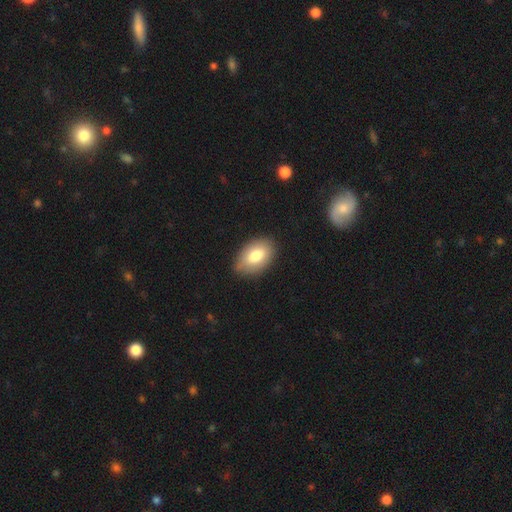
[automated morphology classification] This is likely a smooth galaxy (80%). How rounded: clearly in between (92%). Merging: clearly none (82%).